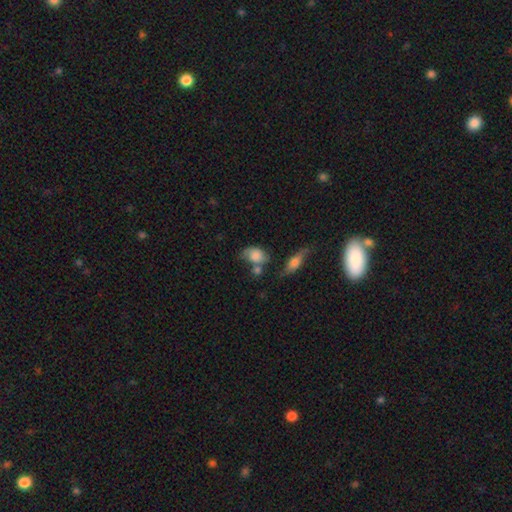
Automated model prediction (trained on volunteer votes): Smooth or featured? Predicted: smooth (p=0.73). How rounded? Predicted: in between (p=0.77). Merging? Predicted: none (p=0.39).